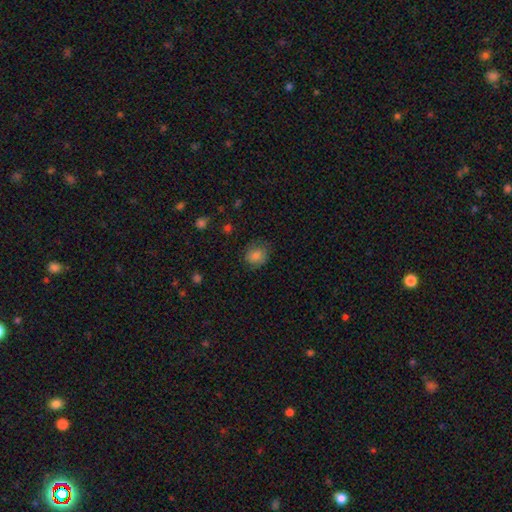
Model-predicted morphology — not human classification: Smooth or featured? Predicted: smooth (p=0.78). How rounded? Predicted: round (p=0.67). Merging? Predicted: none (p=0.72).